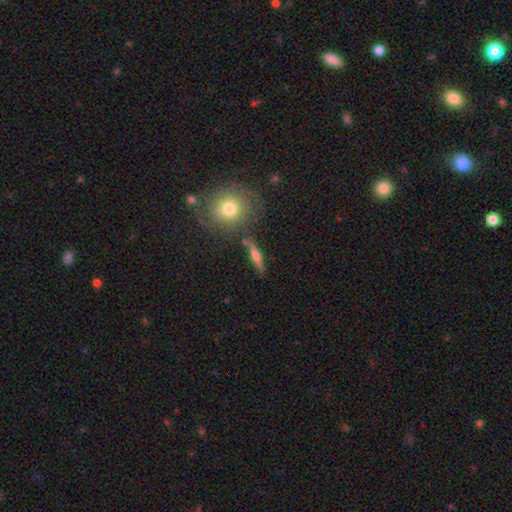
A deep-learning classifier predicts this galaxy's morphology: Smooth or featured? Predicted: featured or disk (p=0.56). Edge-on disk? Predicted: yes (p=0.91). Edge-on bulge? Predicted: rounded (p=0.89). Merging? Predicted: none (p=0.77).